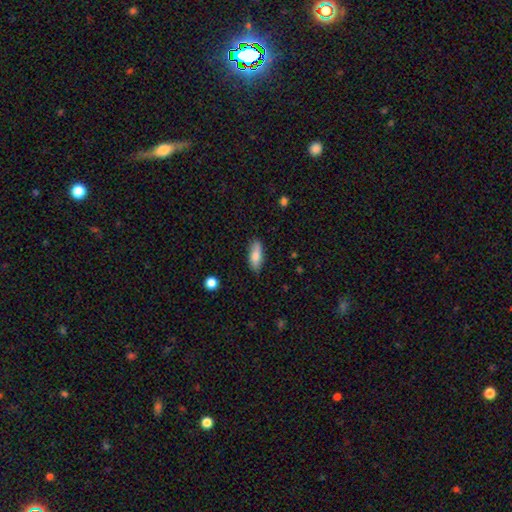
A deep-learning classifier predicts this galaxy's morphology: smooth 80%, featured or disk 14%, star or artifact 6%. Down the decision tree: how rounded — in between (69%); merging — none (83%).